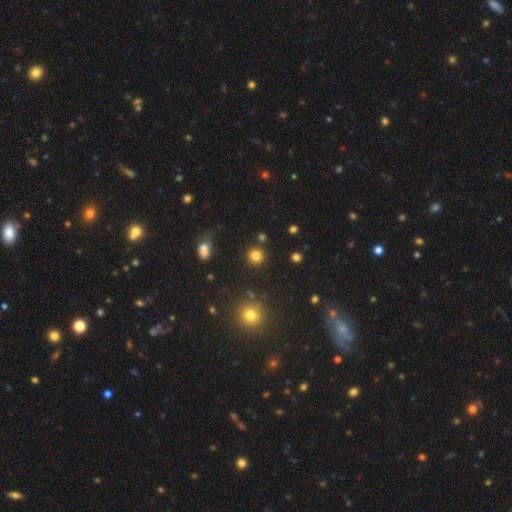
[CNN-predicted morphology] A smooth galaxy with no disk features (81%) that is round (93%).

Vote fractions:
- Smooth or featured? smooth: 81% / star or artifact: 14% / featured or disk: 5%
- How rounded? round: 93% / in between: 6% / cigar-shaped: 1%
- Merging? none: 87% / minor disturbance: 6% / merger: 4% / major disturbance: 3%